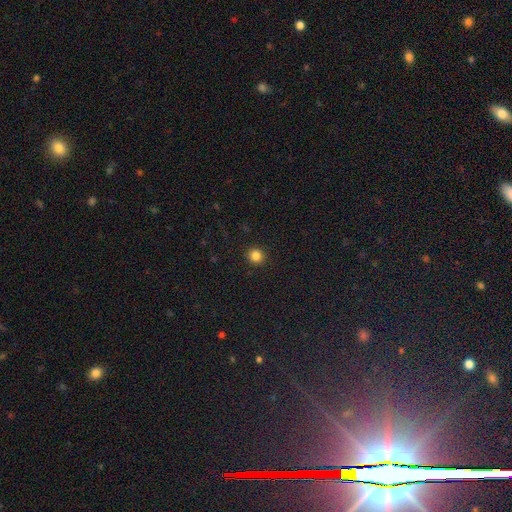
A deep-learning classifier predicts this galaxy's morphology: This is clearly a smooth galaxy (84%). How rounded: clearly round (92%). Merging: clearly none (92%).